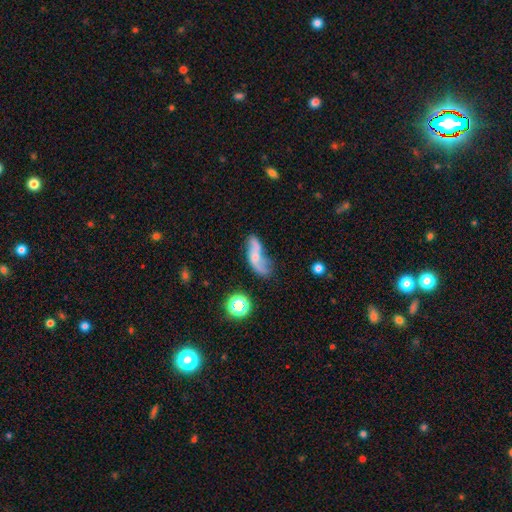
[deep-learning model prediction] Smooth or featured: featured or disk — 60% (smooth — 31%)
Edge-on disk: no — 88% (yes — 12%)
Bar: no — 64% (weak — 27%)
Spiral arms: yes — 81% (no — 19%)
Bulge size: small — 52% (moderate — 28%)
Merging: none — 40% (minor disturbance — 26%)